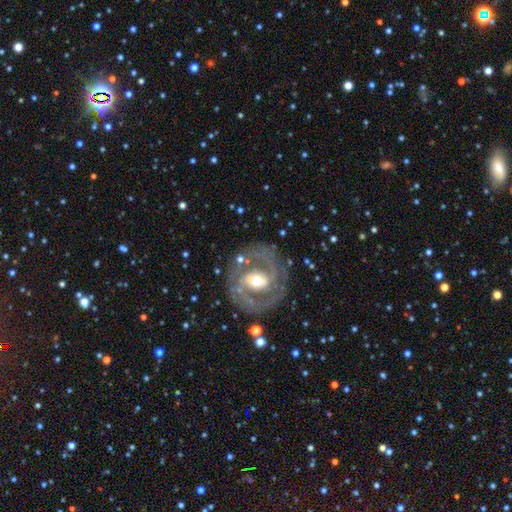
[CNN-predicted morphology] The model was most divided on "bar": weak: 39%, no: 34%, strong: 28%. More confident: edge-on disk — no (94%); merging — none (79%); spiral arms — yes (76%); smooth or featured — featured or disk (73%); bulge size — moderate (65%); spiral arm count — 2 (63%); spiral winding — tight (55%).